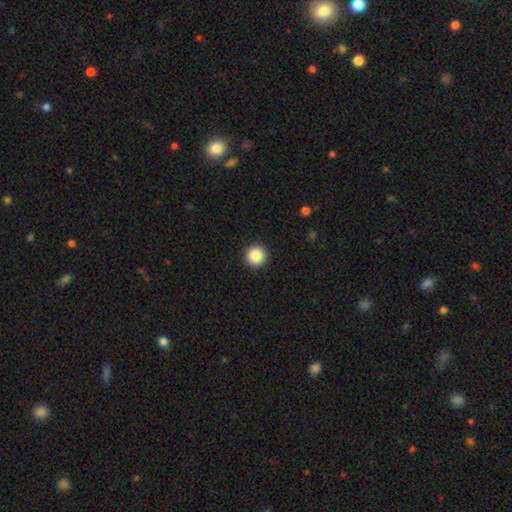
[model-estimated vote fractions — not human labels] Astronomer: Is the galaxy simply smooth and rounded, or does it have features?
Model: smooth — 87%.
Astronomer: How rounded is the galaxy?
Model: round — 95%.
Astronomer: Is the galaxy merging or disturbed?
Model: none — 93%.